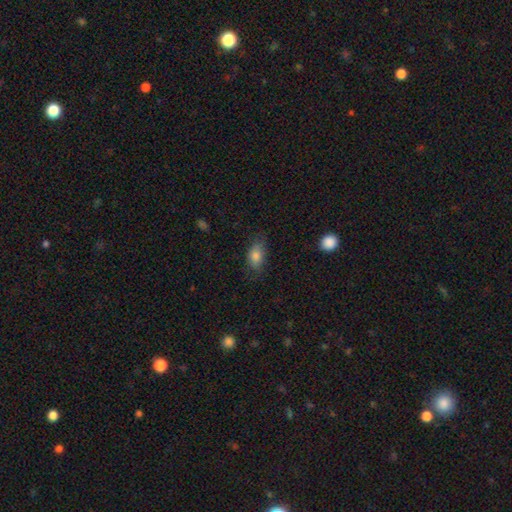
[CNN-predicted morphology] Smooth or featured: smooth — 81% (featured or disk — 11%)
How rounded: in between — 86% (round — 9%)
Merging: none — 71% (minor disturbance — 21%)